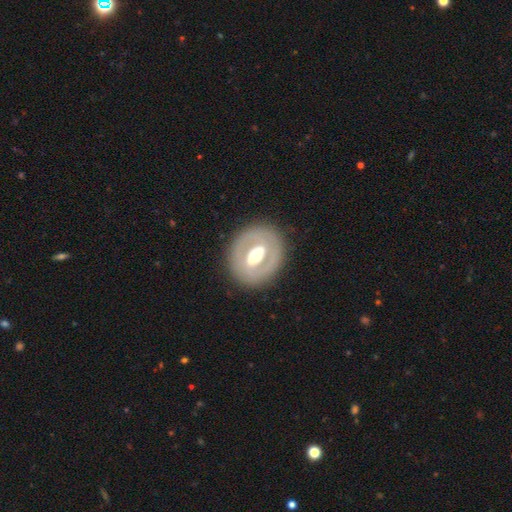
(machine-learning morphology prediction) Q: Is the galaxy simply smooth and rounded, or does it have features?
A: featured or disk — 67%.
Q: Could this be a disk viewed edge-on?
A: no — 93%.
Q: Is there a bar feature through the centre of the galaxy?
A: strong — 41%.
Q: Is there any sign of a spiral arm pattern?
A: no — 79%.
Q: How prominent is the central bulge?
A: moderate — 65%.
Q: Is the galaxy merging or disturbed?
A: none — 82%.